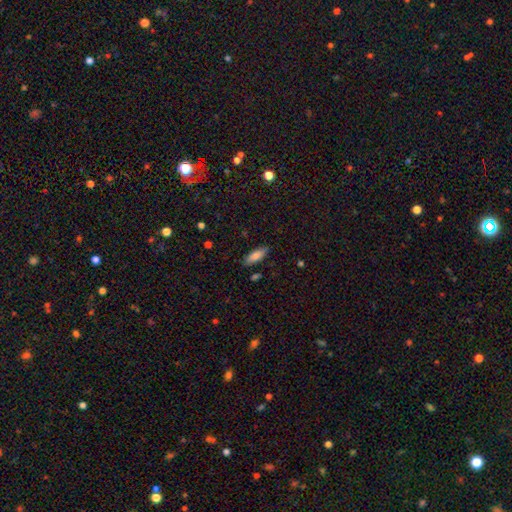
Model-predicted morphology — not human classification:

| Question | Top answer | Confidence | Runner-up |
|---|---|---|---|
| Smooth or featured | smooth | 79% | featured or disk (14%) |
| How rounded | in between | 64% | cigar-shaped (34%) |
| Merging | none | 85% | minor disturbance (10%) |